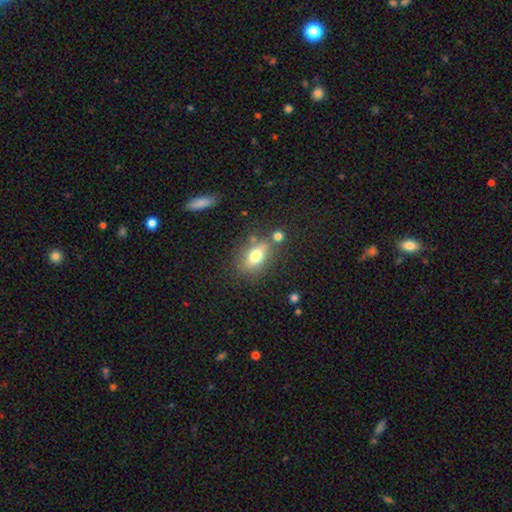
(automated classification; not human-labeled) Smooth or featured?
  - smooth: 70% *
  - featured or disk: 20%
  - star or artifact: 10%
How rounded?
  - in between: 75% *
  - round: 17%
  - cigar-shaped: 8%
Merging?
  - none: 67% *
  - minor disturbance: 14%
  - merger: 14%
  - major disturbance: 5%